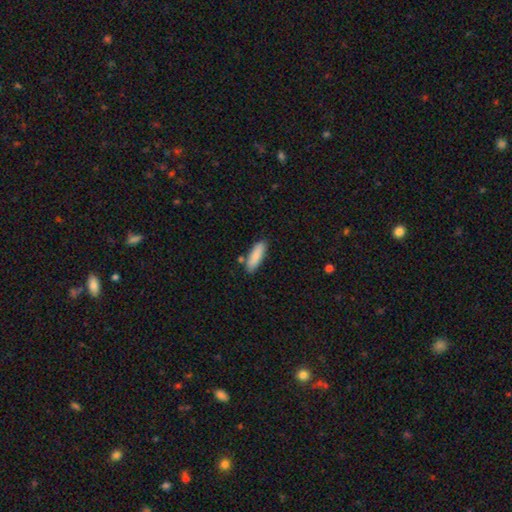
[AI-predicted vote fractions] smooth 84%, featured or disk 10%, star or artifact 6%. Down the decision tree: how rounded — in between (51%); merging — none (80%).